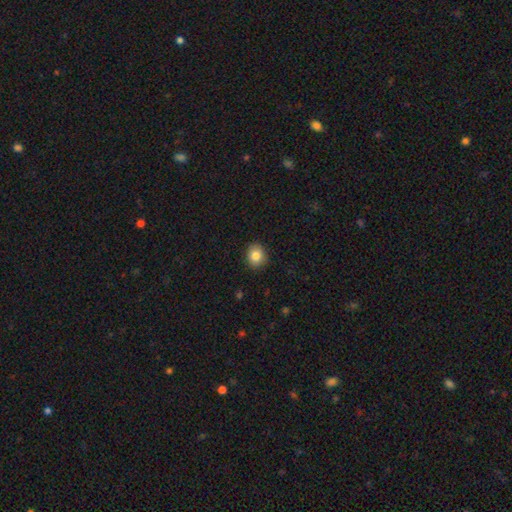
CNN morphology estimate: Overall: smooth (84%). How rounded: round (66%; in between 34%). Merging: none (90%).